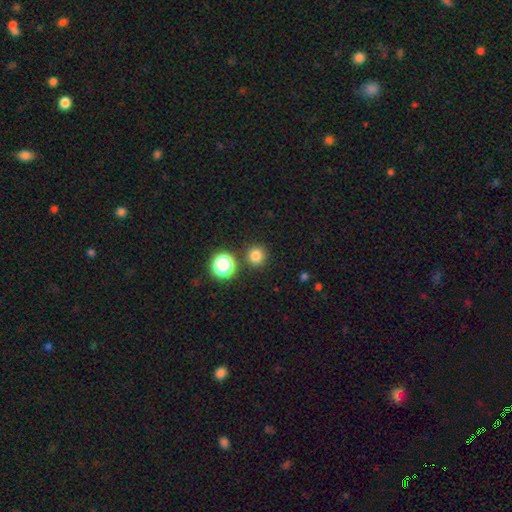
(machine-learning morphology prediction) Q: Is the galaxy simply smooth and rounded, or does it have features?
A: smooth — 79%.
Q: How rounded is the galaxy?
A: round — 94%.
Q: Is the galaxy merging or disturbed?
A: none — 88%.